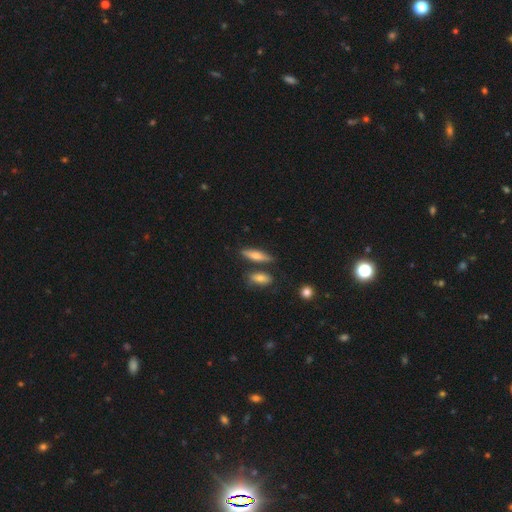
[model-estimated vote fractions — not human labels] The model was most divided on "smooth or featured": smooth: 61%, featured or disk: 31%, star or artifact: 8%. More confident: merging — none (74%); how rounded — cigar-shaped (68%).